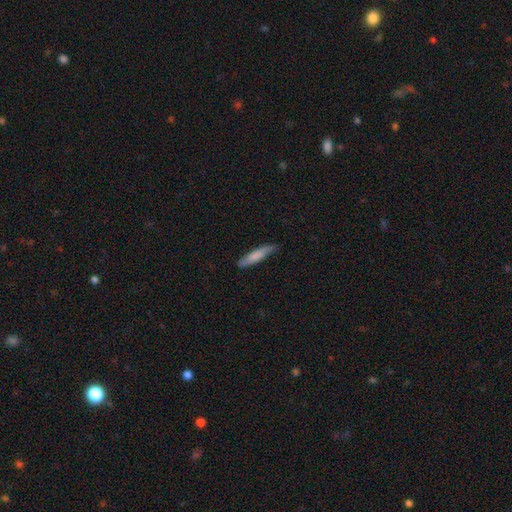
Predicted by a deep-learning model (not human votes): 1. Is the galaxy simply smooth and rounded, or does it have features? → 76% smooth, 19% featured or disk, 5% star or artifact.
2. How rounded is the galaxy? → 86% cigar-shaped, 13% in between, 1% round.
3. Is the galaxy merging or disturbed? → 81% none, 16% minor disturbance, 2% major disturbance, 1% merger.